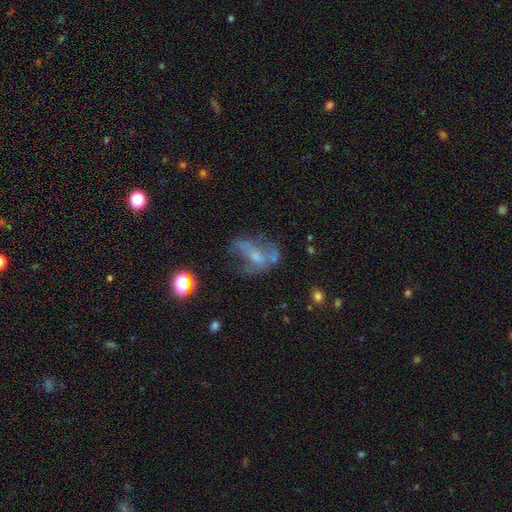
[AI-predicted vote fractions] This appears to be a featured or disk galaxy (51%). Merging: major disturbance (34%).